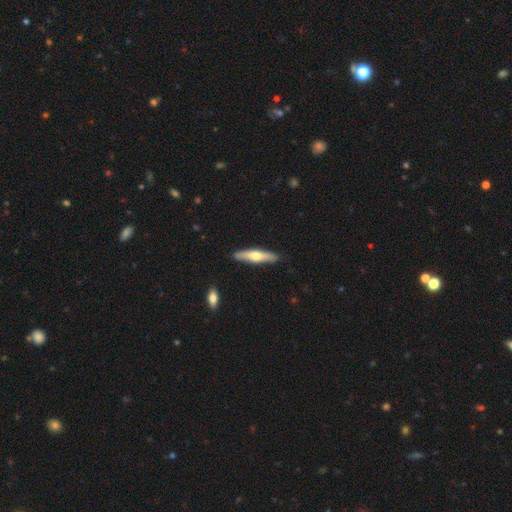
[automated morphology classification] The model was most divided on "smooth or featured": featured or disk: 48%, smooth: 47%, star or artifact: 5%. More confident: merging — none (89%).